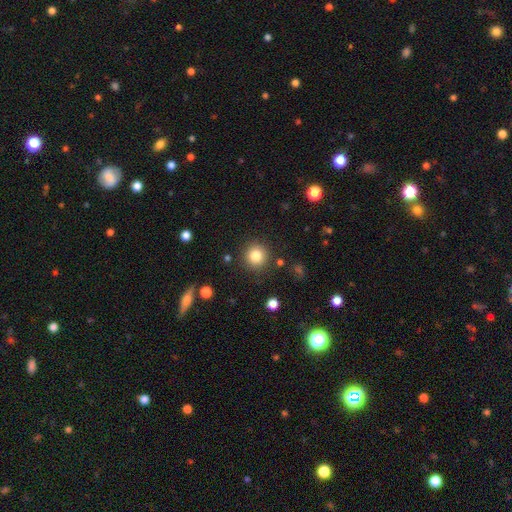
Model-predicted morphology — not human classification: This is clearly a smooth galaxy (82%). How rounded: clearly round (93%). Merging: clearly none (89%).